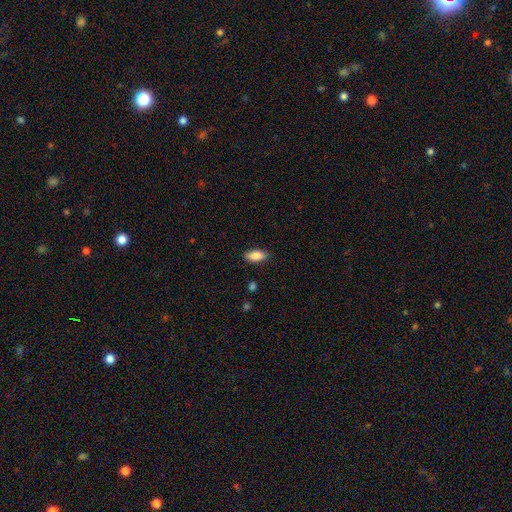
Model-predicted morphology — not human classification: This is clearly a smooth galaxy (86%). How rounded: clearly in between (89%). Merging: clearly none (86%).